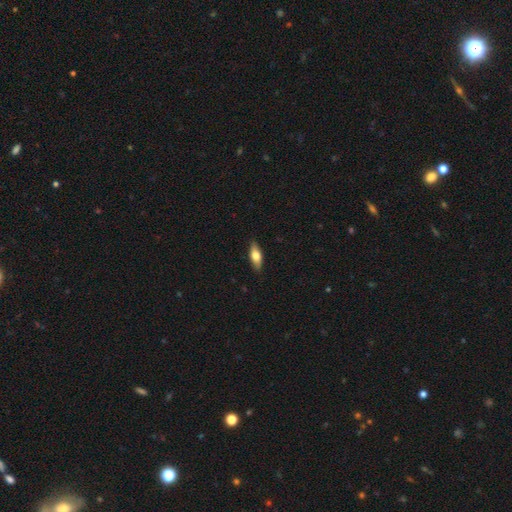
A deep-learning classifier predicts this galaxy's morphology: This appears to be a smooth galaxy with no disk features (64%) that is in between round and cigar-shaped (67%). Merging: none (87%).